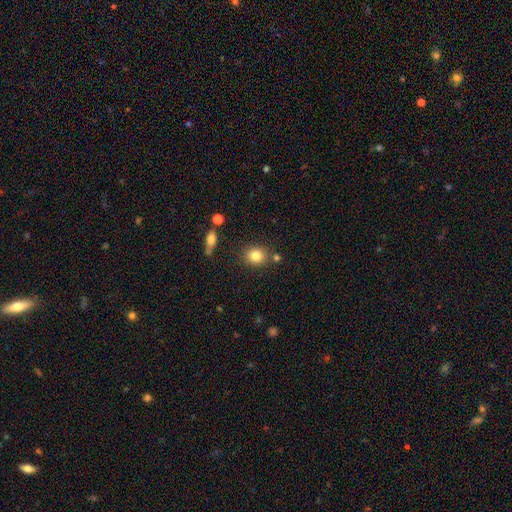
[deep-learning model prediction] Morphology: type=smooth (82%); roundness=round (76%); merging=none (82%).